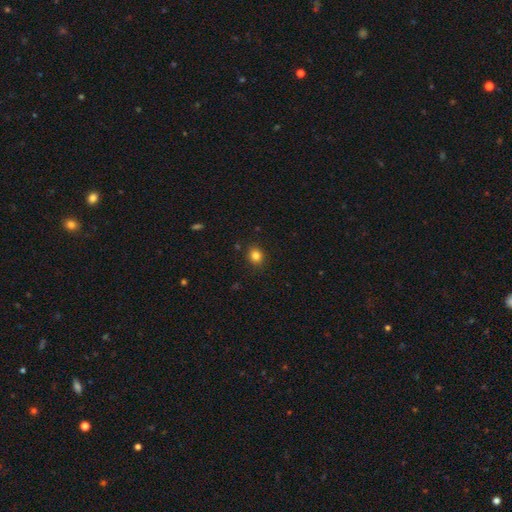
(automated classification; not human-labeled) smooth 83%, star or artifact 12%, featured or disk 5%. Down the decision tree: how rounded — round (74%); merging — none (89%).